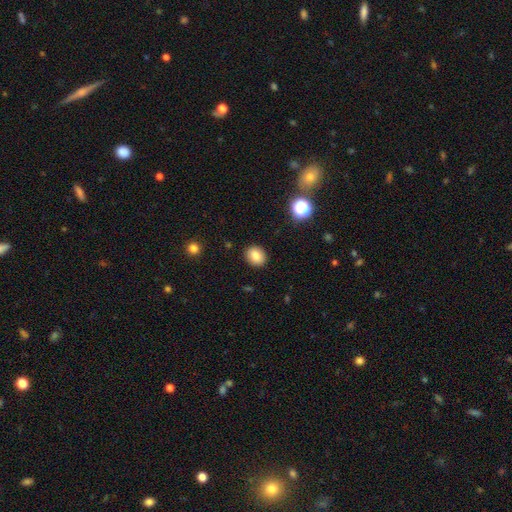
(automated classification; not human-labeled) smooth 83%, star or artifact 11%, featured or disk 6%. Down the decision tree: how rounded — round (63%); merging — none (89%).